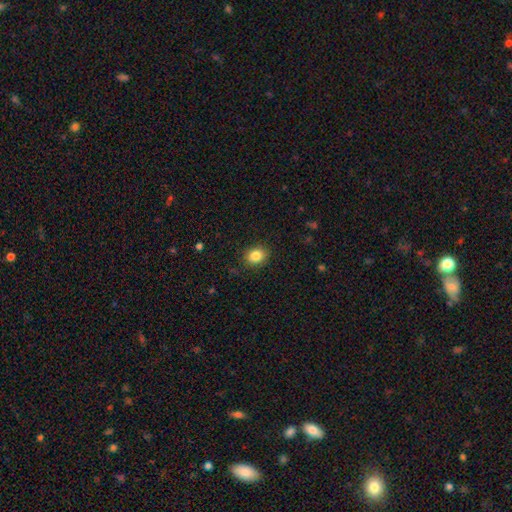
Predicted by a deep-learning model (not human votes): Q: Smooth or featured?
A: smooth (85%); runner-up: star or artifact (10%)
Q: How rounded?
A: round (58%); runner-up: in between (41%)
Q: Merging?
A: none (88%); runner-up: minor disturbance (9%)